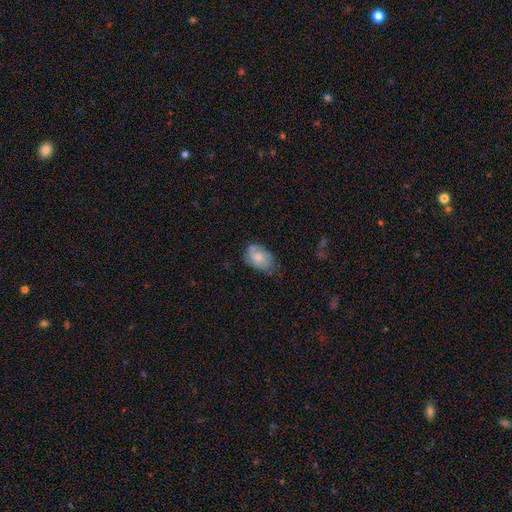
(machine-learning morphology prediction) type=smooth (57%); roundness=in between (87%); merging=none (59%).